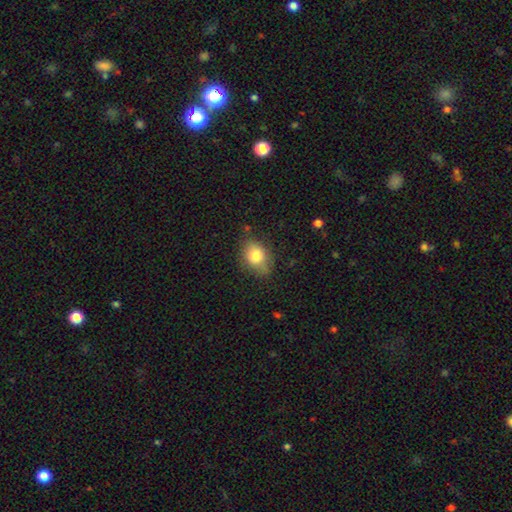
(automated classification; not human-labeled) Q: Smooth or featured?
A: smooth (78%); runner-up: featured or disk (13%)
Q: How rounded?
A: in between (70%); runner-up: round (28%)
Q: Merging?
A: none (72%); runner-up: minor disturbance (21%)